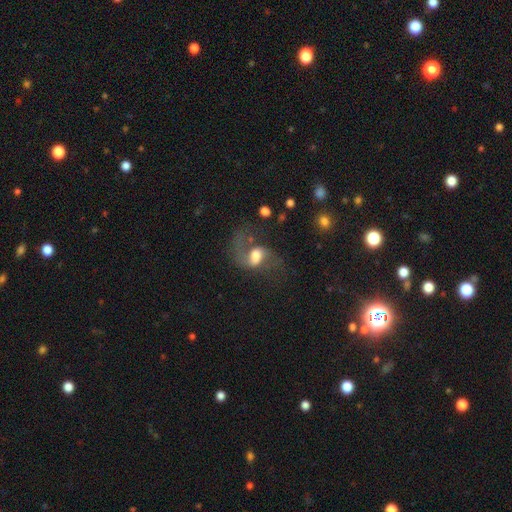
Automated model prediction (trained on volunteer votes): smooth_or_featured: featured or disk (p=0.67) [alt: smooth p=0.24]
disk_edge_on: no (p=0.96) [alt: yes p=0.04]
bar: weak (p=0.49) [alt: no p=0.32]
has_spiral_arms: yes (p=0.87) [alt: no p=0.13]
spiral_winding: loose (p=0.71) [alt: medium p=0.24]
spiral_arm_count: 2 (p=0.84) [alt: 1 p=0.10]
bulge_size: moderate (p=0.43) [alt: large p=0.39]
merging: none (p=0.44) [alt: major disturbance p=0.34]